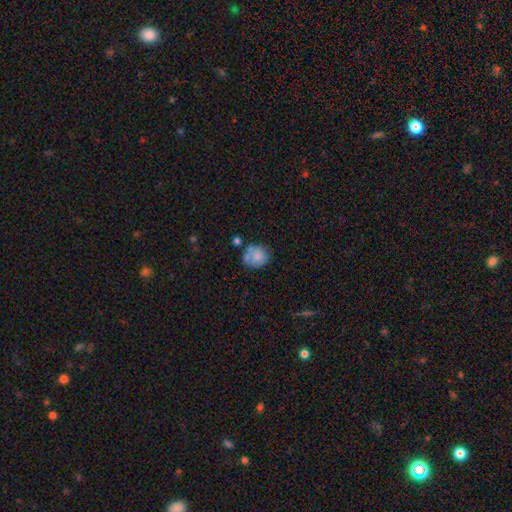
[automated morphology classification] Overall: smooth (73%). How rounded: round (76%). Merging: none (54%; minor disturbance 21%).